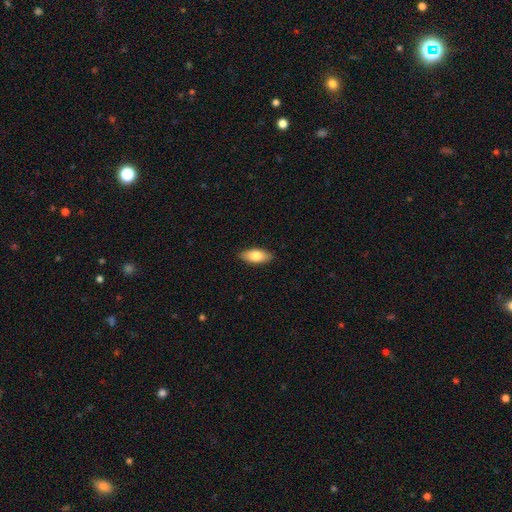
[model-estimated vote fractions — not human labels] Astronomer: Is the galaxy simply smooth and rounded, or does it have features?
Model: smooth — 79%.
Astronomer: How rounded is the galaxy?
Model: in between — 85%.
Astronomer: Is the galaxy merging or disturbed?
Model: none — 89%.